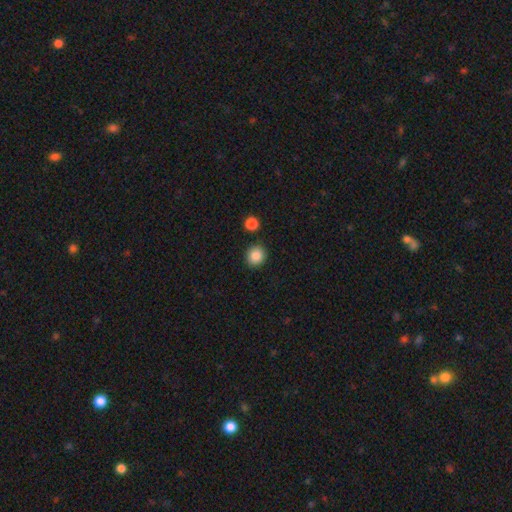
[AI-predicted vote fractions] smooth-or-featured: smooth: 86% | star or artifact: 9% | featured or disk: 4%
  how-rounded: round: 84% | in between: 15% | cigar-shaped: 1%
  merging: none: 89% | minor disturbance: 7% | merger: 3% | major disturbance: 2%